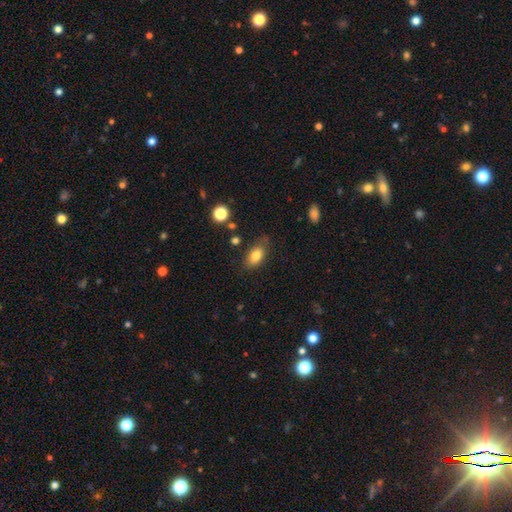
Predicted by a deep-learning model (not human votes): This is clearly a smooth galaxy (80%). How rounded: clearly in between (88%). Merging: likely none (73%).